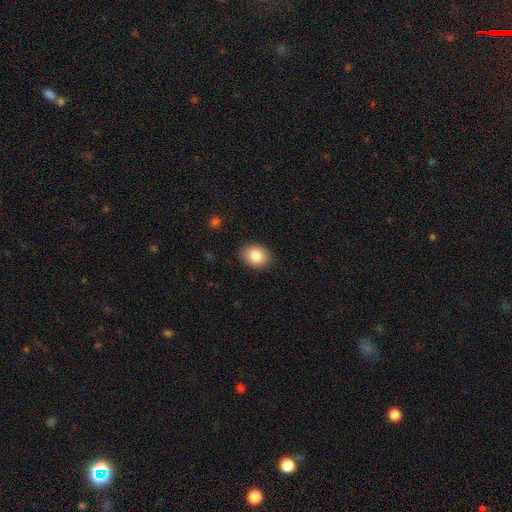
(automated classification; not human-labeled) Smooth or featured?
  - smooth: 84% *
  - star or artifact: 8%
  - featured or disk: 8%
How rounded?
  - in between: 58% *
  - round: 41%
  - cigar-shaped: 1%
Merging?
  - none: 89% *
  - minor disturbance: 8%
  - major disturbance: 2%
  - merger: 1%